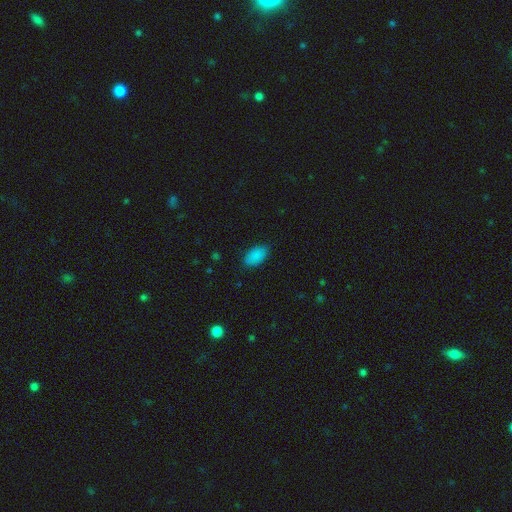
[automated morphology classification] type=smooth (88%); roundness=in between (94%); merging=none (86%).